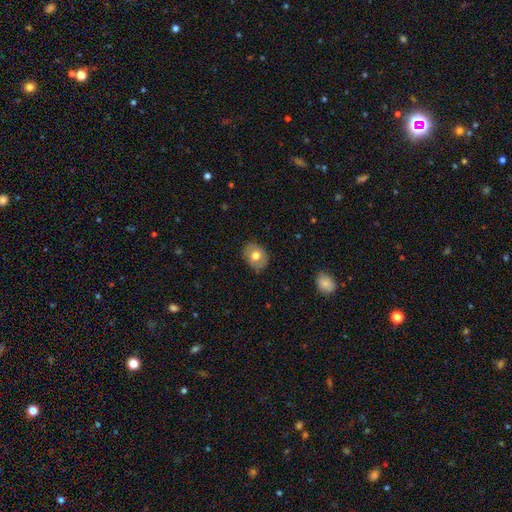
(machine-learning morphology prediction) smooth_or_featured: smooth (p=0.72) [alt: featured or disk p=0.20]
how_rounded: in between (p=0.52) [alt: round p=0.47]
merging: none (p=0.83) [alt: minor disturbance p=0.13]